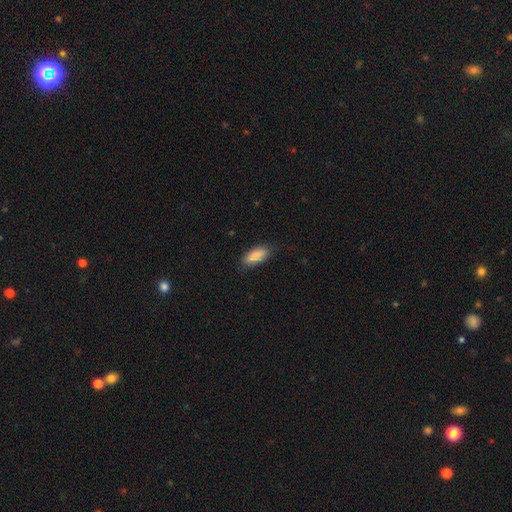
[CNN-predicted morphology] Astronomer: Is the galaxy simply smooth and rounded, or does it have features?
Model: smooth — 88%.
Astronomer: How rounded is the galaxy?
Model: in between — 82%.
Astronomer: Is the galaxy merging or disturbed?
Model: none — 80%.